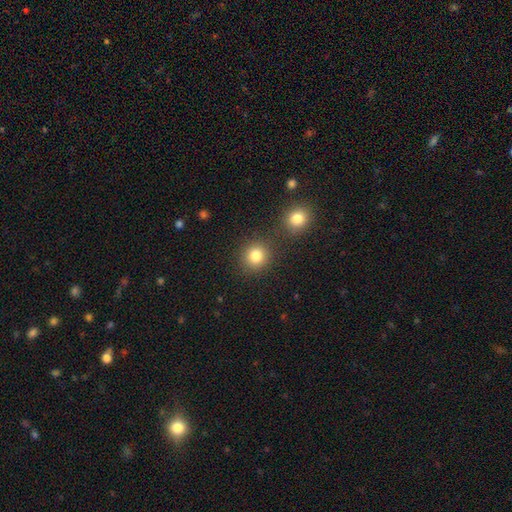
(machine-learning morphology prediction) This is clearly a smooth galaxy (83%). How rounded: clearly round (89%). Merging: clearly none (81%).